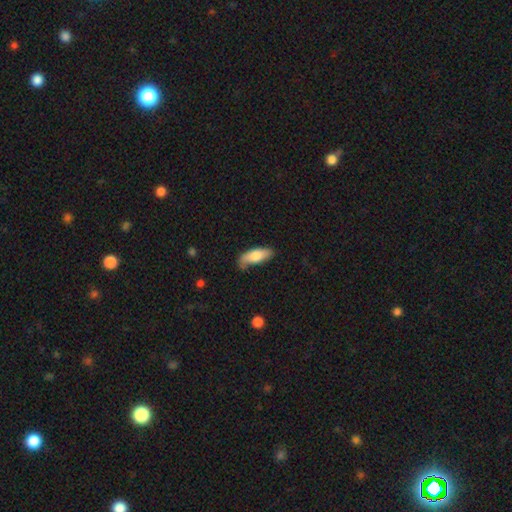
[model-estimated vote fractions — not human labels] smooth_or_featured: smooth (p=0.76) [alt: featured or disk p=0.18]
how_rounded: in between (p=0.69) [alt: cigar-shaped p=0.28]
merging: none (p=0.63) [alt: minor disturbance p=0.28]